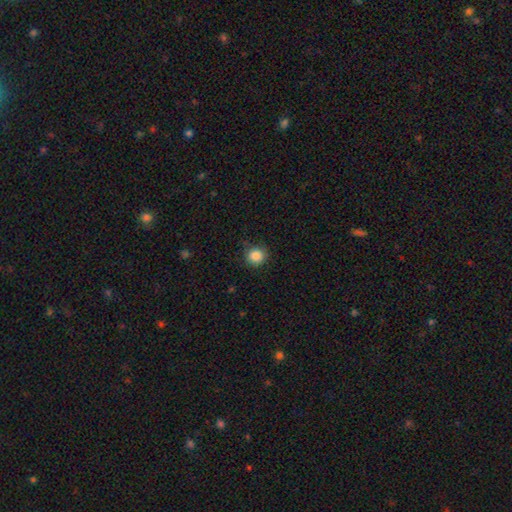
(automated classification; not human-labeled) smooth_or_featured: smooth (p=0.86) [alt: star or artifact p=0.10]
how_rounded: round (p=0.90) [alt: in between p=0.09]
merging: none (p=0.83) [alt: minor disturbance p=0.13]